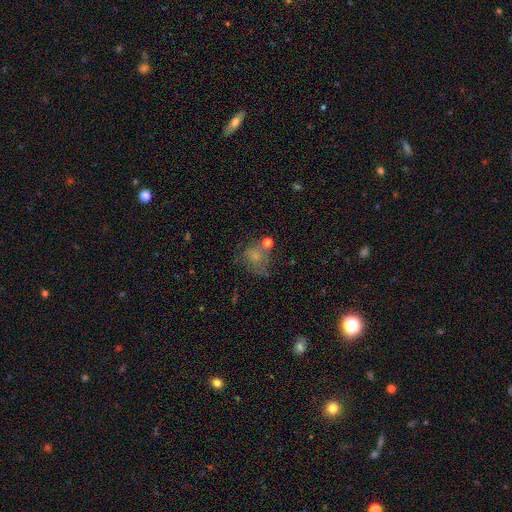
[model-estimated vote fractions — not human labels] Smooth or featured?
  - smooth: 63% *
  - featured or disk: 22%
  - star or artifact: 15%
How rounded?
  - round: 65% *
  - in between: 33%
  - cigar-shaped: 1%
Merging?
  - none: 44% *
  - minor disturbance: 23%
  - major disturbance: 20%
  - merger: 13%